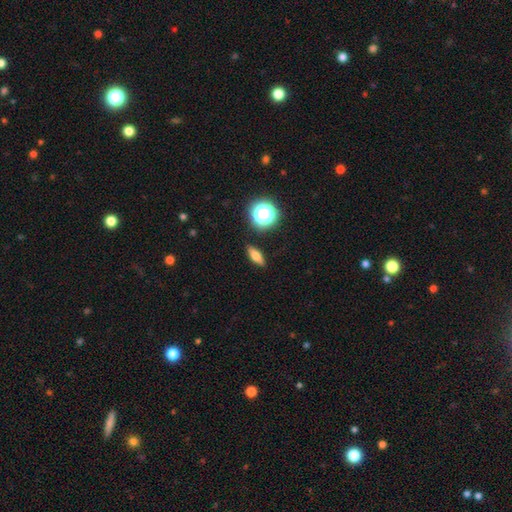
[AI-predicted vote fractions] Morphology: type=smooth (62%); roundness=in between (55%); merging=none (88%).